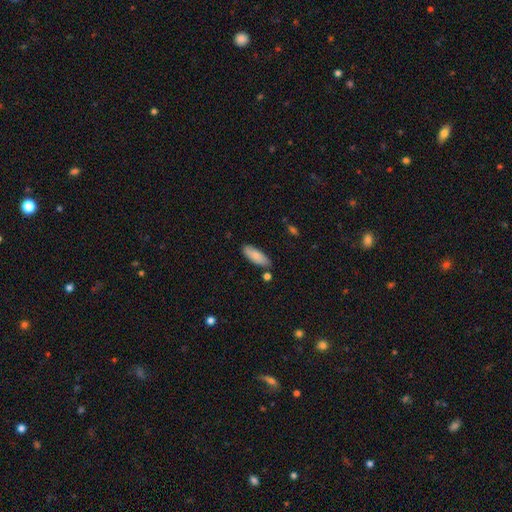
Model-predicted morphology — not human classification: This appears to be a smooth galaxy with no disk features (81%) that is in between round and cigar-shaped (72%). Merging: none (79%).